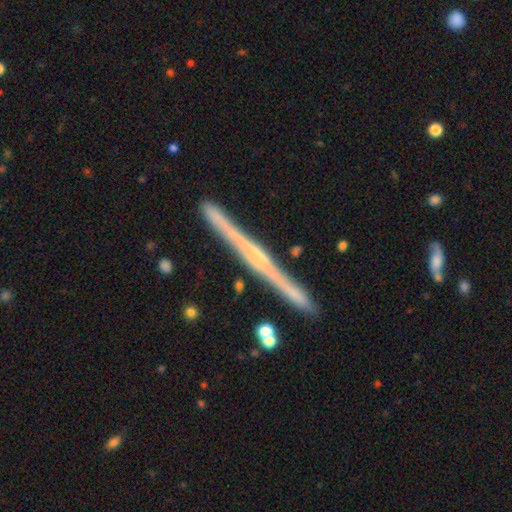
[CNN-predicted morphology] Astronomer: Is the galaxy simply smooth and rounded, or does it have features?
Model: featured or disk — 78%.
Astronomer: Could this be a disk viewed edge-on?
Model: yes — 98%.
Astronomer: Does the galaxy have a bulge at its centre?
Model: none — 49% (runner-up: rounded, 41%).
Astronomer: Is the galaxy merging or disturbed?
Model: none — 88%.